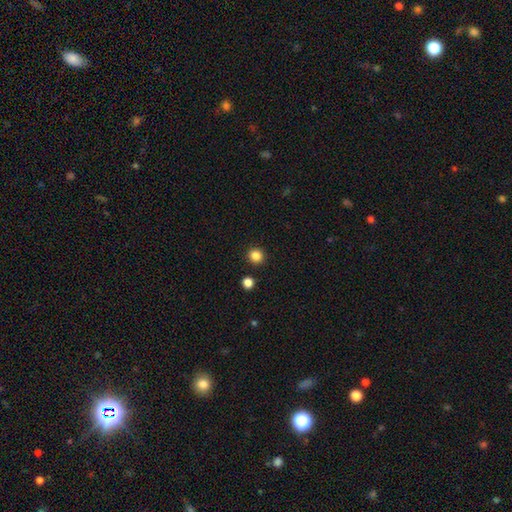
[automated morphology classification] This appears to be a smooth galaxy with no disk features (85%) that is round (93%). Merging: none (91%).